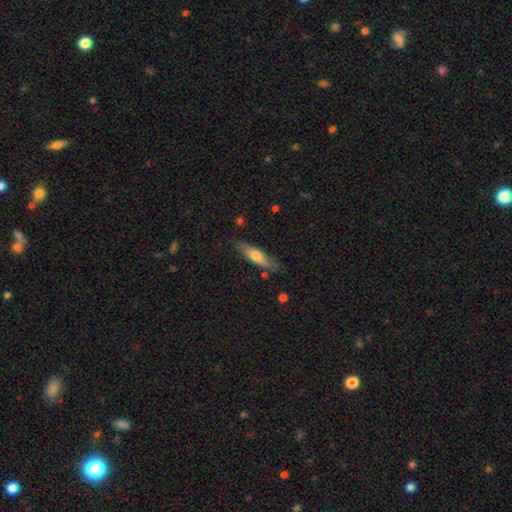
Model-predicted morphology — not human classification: smooth 61%, featured or disk 33%, star or artifact 6%. Down the decision tree: how rounded — cigar-shaped (63%); merging — none (76%).